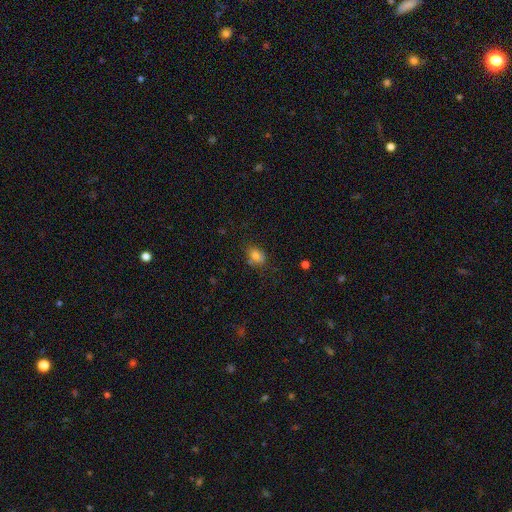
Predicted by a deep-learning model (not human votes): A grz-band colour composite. It shows a smooth galaxy with no disk features (76%) that is in between round and cigar-shaped (60%). Merging: none (59%).